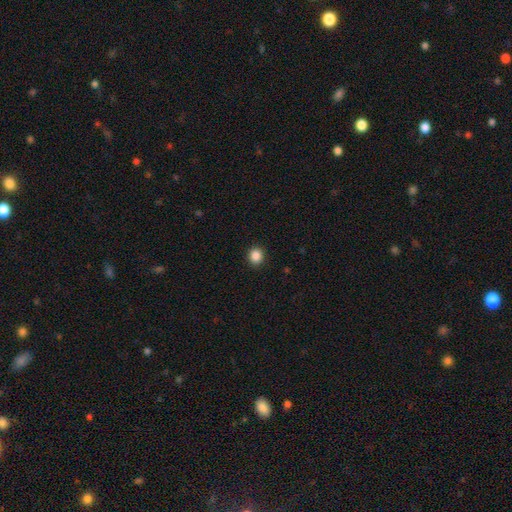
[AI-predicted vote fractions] Overall: smooth (87%). How rounded: round (86%). Merging: none (92%).